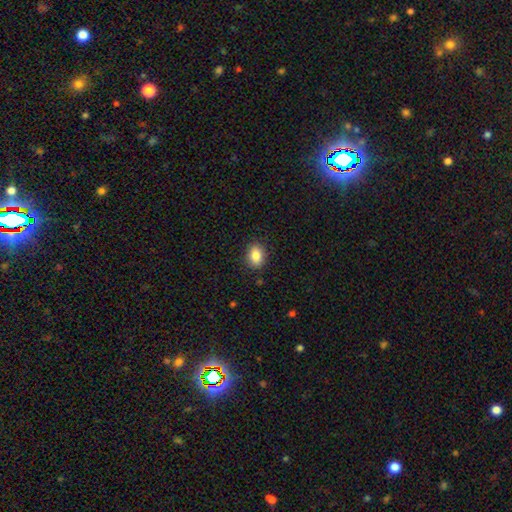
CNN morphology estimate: Smooth or featured: smooth — 85% (star or artifact — 9%)
How rounded: in between — 72% (round — 26%)
Merging: none — 88% (minor disturbance — 9%)